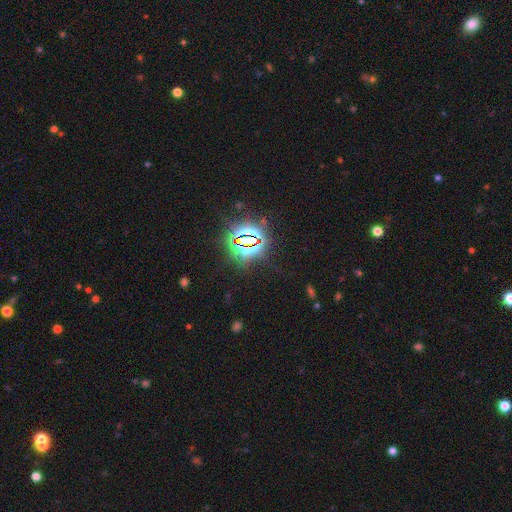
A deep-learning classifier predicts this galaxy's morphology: A star or artifact, not a galaxy (83%).